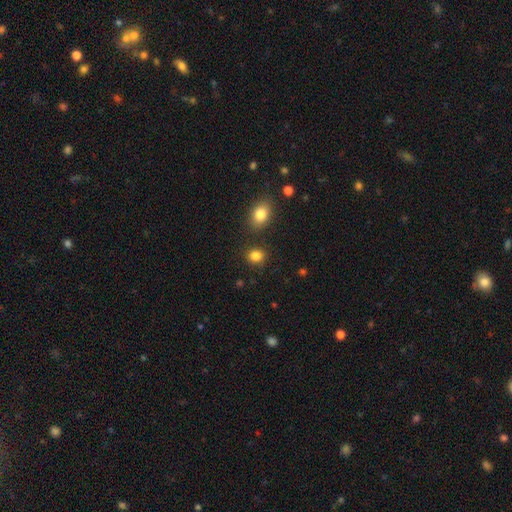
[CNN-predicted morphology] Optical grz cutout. It shows a smooth galaxy with no disk features (85%) that is round (61%). Merging: none (83%).